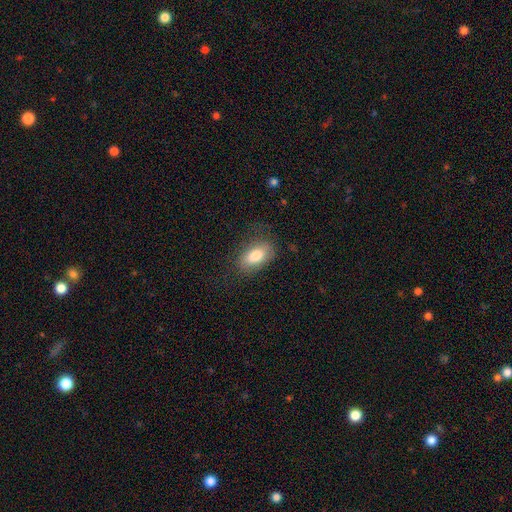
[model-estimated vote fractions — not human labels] Q: Smooth or featured?
A: smooth (80%); runner-up: featured or disk (13%)
Q: How rounded?
A: in between (91%); runner-up: round (6%)
Q: Merging?
A: none (75%); runner-up: minor disturbance (17%)